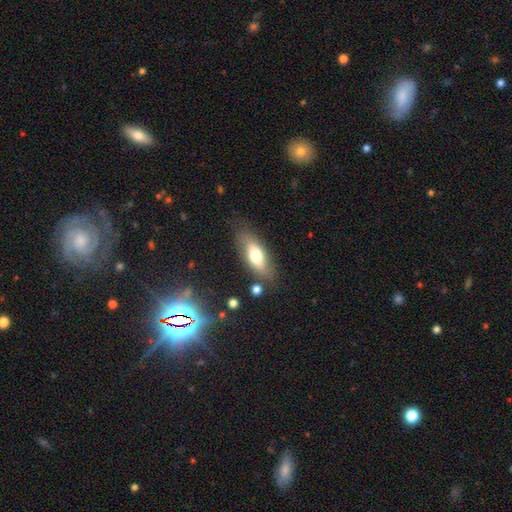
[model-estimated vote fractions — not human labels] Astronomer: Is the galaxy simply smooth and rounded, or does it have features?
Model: smooth — 65%.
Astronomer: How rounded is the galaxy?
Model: in between — 76%.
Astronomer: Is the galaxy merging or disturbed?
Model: none — 77%.